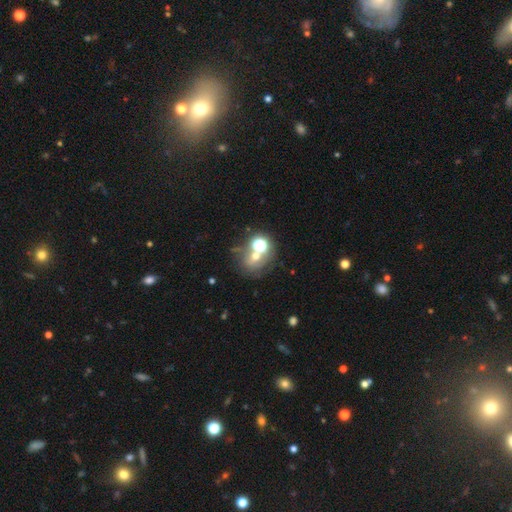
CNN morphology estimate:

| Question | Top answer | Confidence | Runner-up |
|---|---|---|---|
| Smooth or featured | smooth | 44% | star or artifact (29%) |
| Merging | none | 41% | merger (36%) |